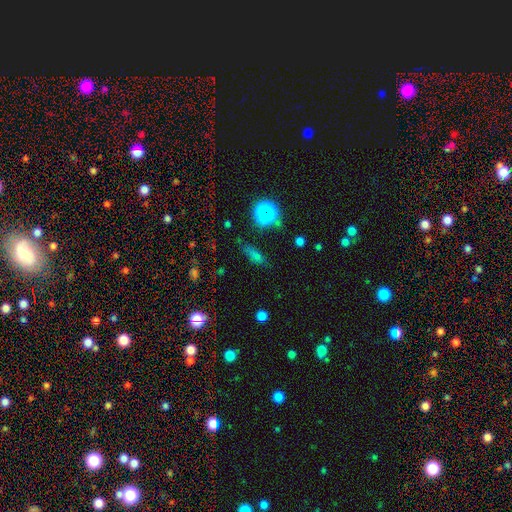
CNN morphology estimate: type=smooth (47%); merging=none (77%).